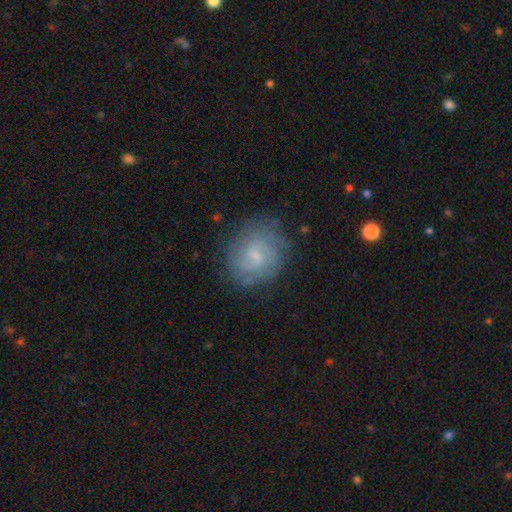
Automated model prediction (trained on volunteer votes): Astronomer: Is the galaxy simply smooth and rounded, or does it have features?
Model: featured or disk — 58% (runner-up: smooth, 34%).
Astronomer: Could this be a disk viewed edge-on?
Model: no — 97%.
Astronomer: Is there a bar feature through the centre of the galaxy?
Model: weak — 51% (runner-up: no, 42%).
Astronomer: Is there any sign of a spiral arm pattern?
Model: yes — 84%.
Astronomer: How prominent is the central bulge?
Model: small — 61%.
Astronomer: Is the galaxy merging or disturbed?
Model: none — 75%.